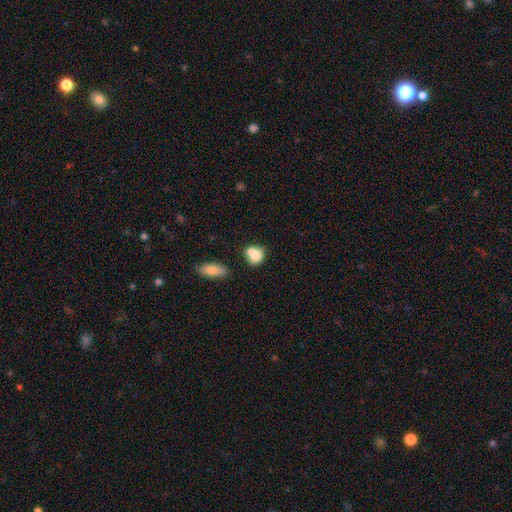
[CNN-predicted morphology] smooth 74%, featured or disk 17%, star or artifact 9%. Down the decision tree: how rounded — round (59%); merging — merger (51%).